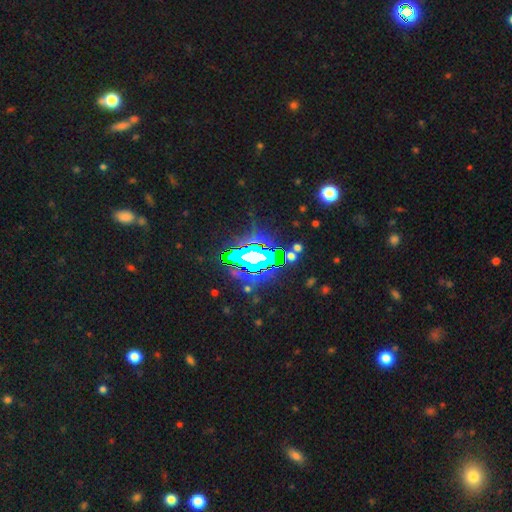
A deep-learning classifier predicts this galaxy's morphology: Overall: star or artifact (71%).